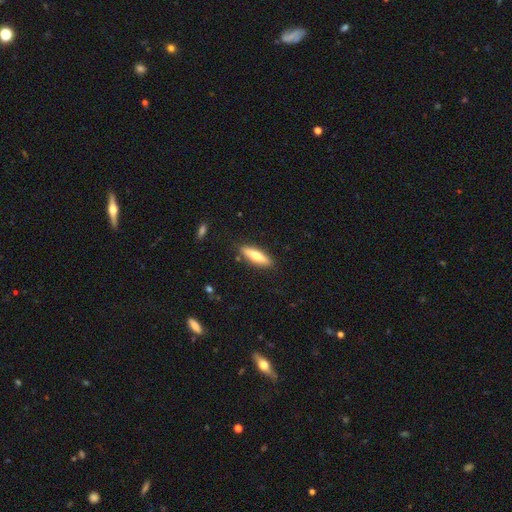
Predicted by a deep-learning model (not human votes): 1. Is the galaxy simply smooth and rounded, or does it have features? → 60% smooth, 34% featured or disk, 6% star or artifact.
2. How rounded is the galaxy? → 71% cigar-shaped, 28% in between, 2% round.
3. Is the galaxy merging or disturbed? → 87% none, 9% minor disturbance, 2% major disturbance, 2% merger.